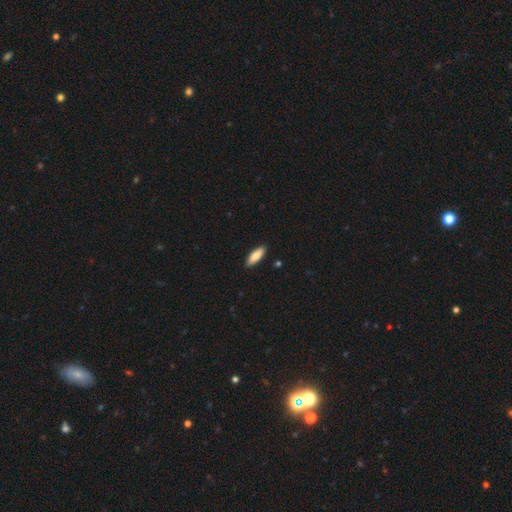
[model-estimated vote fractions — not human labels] Smooth or featured? smooth (85%)
How rounded? in between (62%)
Merging? none (89%)